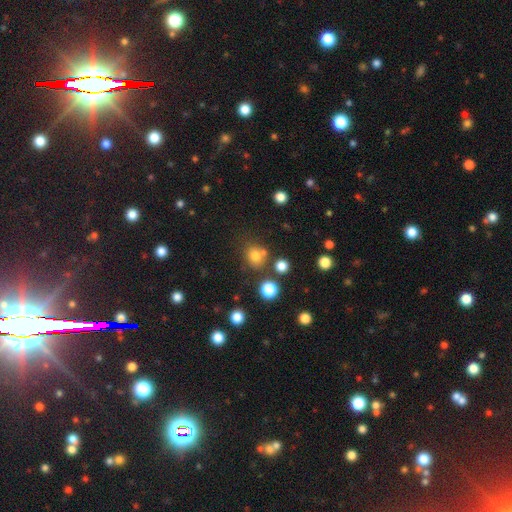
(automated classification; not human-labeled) Q: Smooth or featured?
A: smooth (75%); runner-up: star or artifact (17%)
Q: How rounded?
A: round (72%); runner-up: in between (27%)
Q: Merging?
A: none (65%); runner-up: merger (17%)